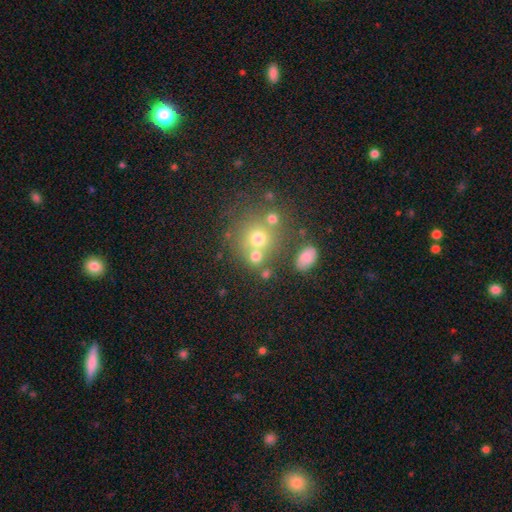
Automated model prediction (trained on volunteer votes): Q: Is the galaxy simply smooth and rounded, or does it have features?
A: smooth — 66%.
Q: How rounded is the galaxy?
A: round — 82%.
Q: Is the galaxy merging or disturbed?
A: none — 56%.